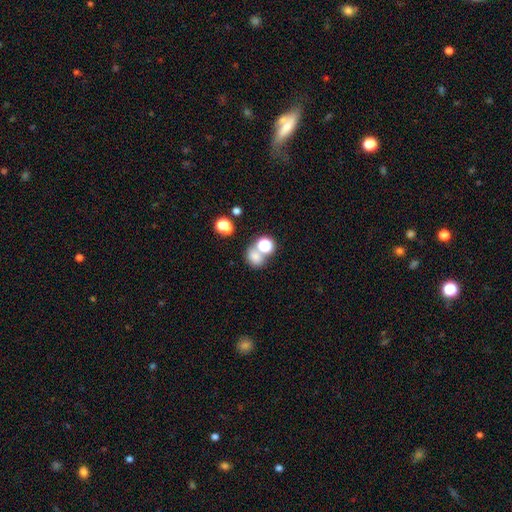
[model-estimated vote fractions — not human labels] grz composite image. It shows a smooth galaxy with no disk features (70%) that is round (56%). Merging: none (46%).